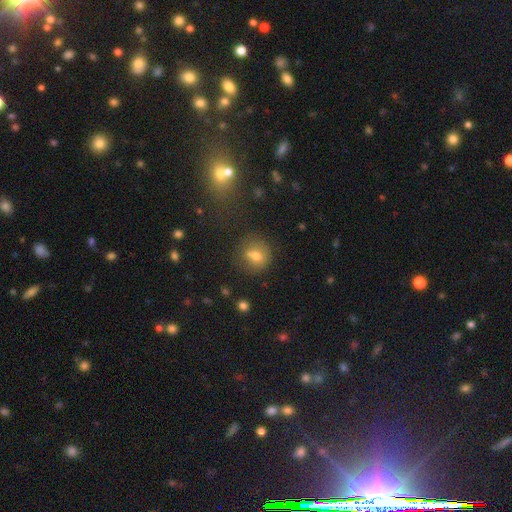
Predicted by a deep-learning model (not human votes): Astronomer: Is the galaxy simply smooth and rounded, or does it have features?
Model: smooth — 68%.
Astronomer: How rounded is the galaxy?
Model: round — 75%.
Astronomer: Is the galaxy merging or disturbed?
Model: none — 58%.